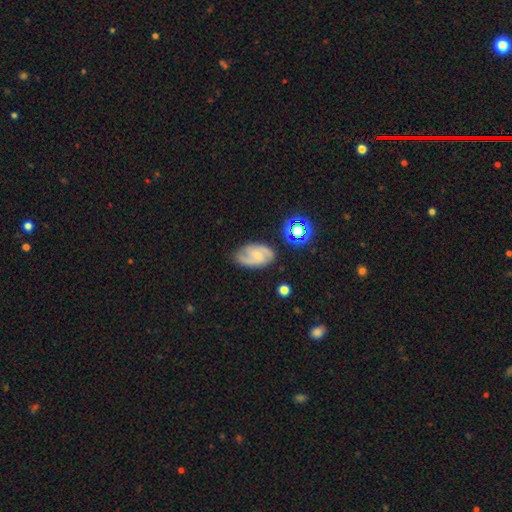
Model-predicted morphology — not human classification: Overall: featured or disk (73%). Edge-on disk: no (96%). Bar: no (48%; weak 43%). Spiral arms: yes (94%). Spiral arm count: 2 (72%). Spiral winding: medium (49%; tight 30%). Bulge size: small (67%). Merging: none (74%).